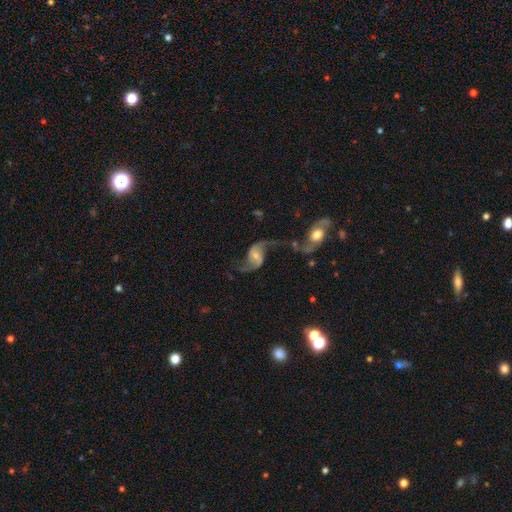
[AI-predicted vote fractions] Overall: featured or disk (87%). Edge-on disk: no (97%). Bar: no (45%; weak 40%). Spiral arms: yes (96%). Spiral arm count: 2 (93%). Spiral winding: loose (83%). Bulge size: small (53%; moderate 36%). Merging: none (50%; merger 19%).